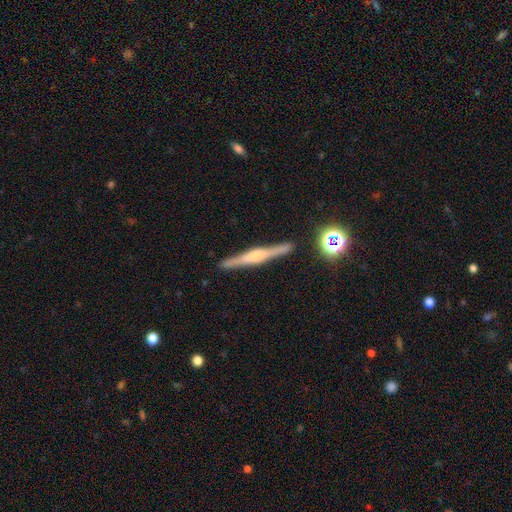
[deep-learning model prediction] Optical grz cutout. It shows a featured or disk galaxy (75%) viewed edge-on (98%) with a rounded central bulge (58%). Merging: none (89%).